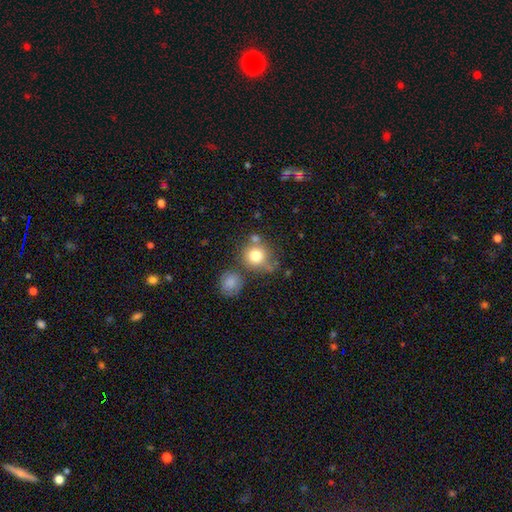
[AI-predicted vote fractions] Smooth or featured? Predicted: smooth (p=0.78). How rounded? Predicted: round (p=0.87). Merging? Predicted: none (p=0.62).